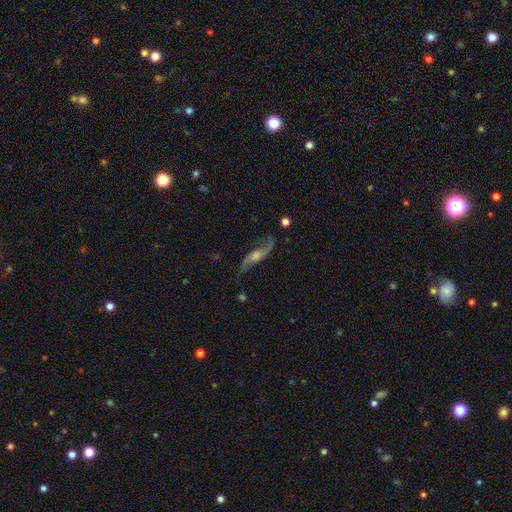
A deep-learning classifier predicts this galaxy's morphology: Overall: featured or disk (84%). Edge-on disk: no (80%). Bar: no (54%; weak 34%). Spiral arms: yes (95%). Spiral arm count: 2 (93%). Spiral winding: loose (82%). Bulge size: moderate (49%; small 26%). Merging: none (76%).